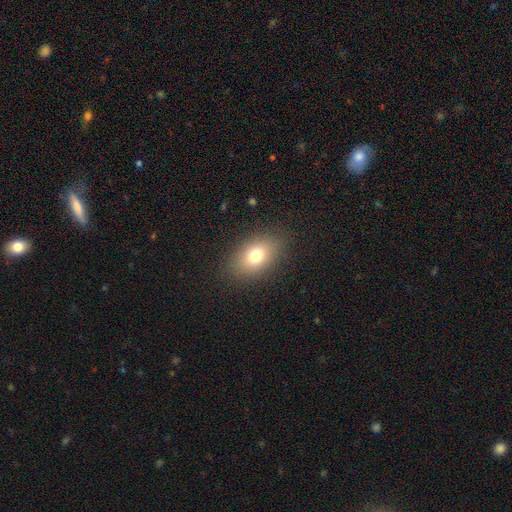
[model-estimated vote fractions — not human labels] Smooth or featured?
  - smooth: 75% *
  - featured or disk: 14%
  - star or artifact: 12%
How rounded?
  - in between: 82% *
  - round: 17%
  - cigar-shaped: 2%
Merging?
  - none: 86% *
  - minor disturbance: 9%
  - major disturbance: 4%
  - merger: 1%